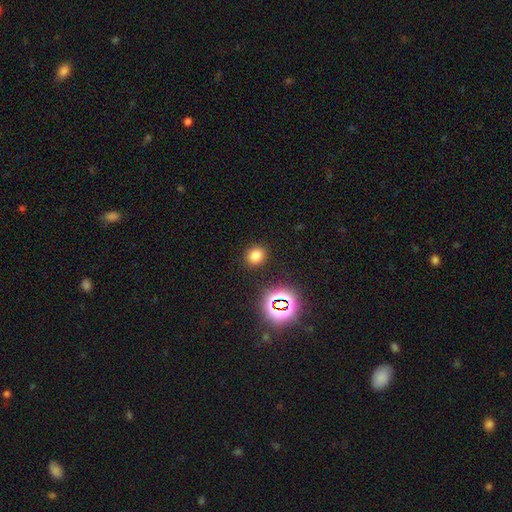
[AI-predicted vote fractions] Overall: smooth (74%). How rounded: round (74%). Merging: none (88%).